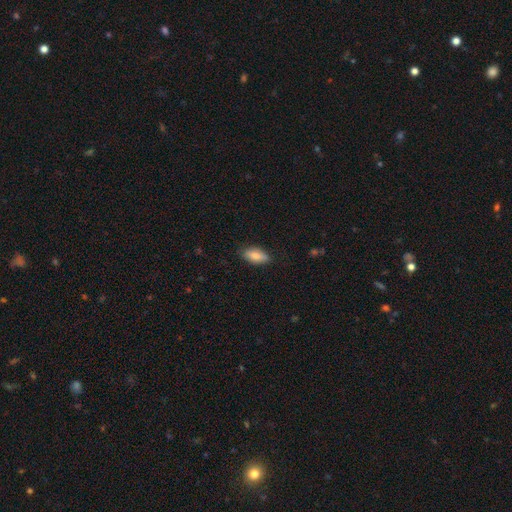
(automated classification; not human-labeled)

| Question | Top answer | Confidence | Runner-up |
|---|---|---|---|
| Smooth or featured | smooth | 82% | featured or disk (11%) |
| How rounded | in between | 86% | cigar-shaped (11%) |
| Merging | none | 81% | minor disturbance (15%) |